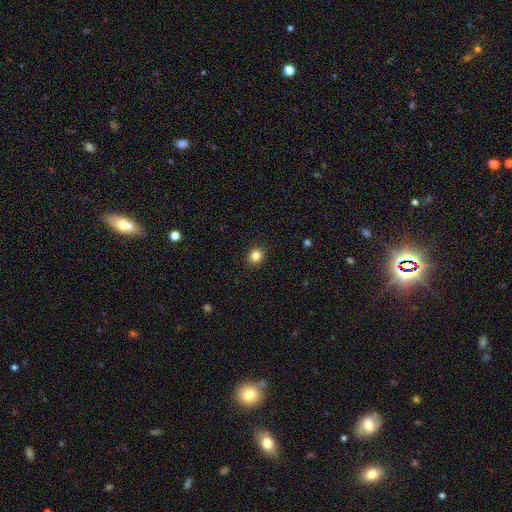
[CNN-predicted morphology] Q: Smooth or featured?
A: smooth (84%); runner-up: star or artifact (12%)
Q: How rounded?
A: round (74%); runner-up: in between (25%)
Q: Merging?
A: none (91%); runner-up: minor disturbance (7%)